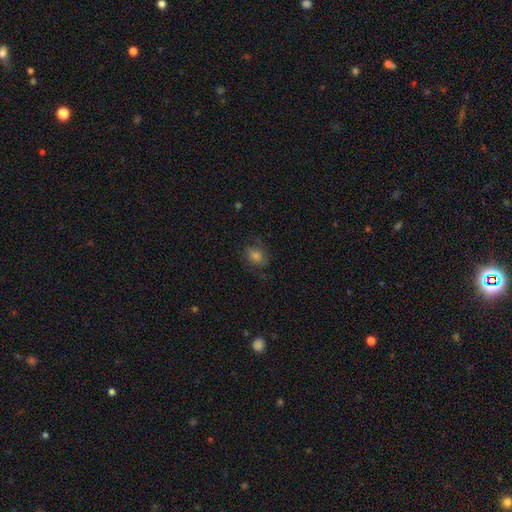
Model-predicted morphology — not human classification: The model was most divided on "how rounded": in between: 55%, round: 43%, cigar-shaped: 2%. More confident: merging — none (70%); smooth or featured — smooth (50%).